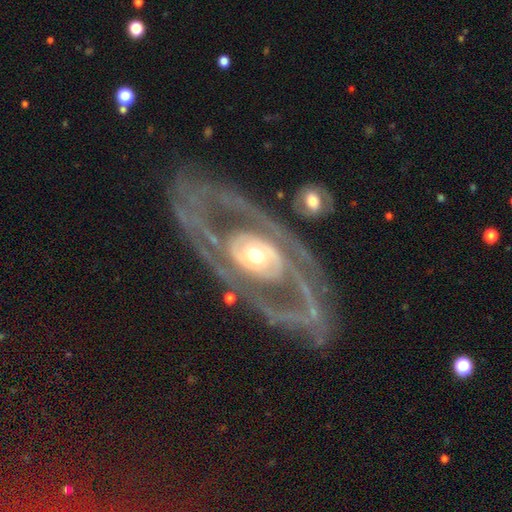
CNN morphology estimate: Smooth or featured: featured or disk — 87% (smooth — 9%)
Edge-on disk: no — 94% (yes — 6%)
Bar: no — 73% (weak — 17%)
Spiral arms: yes — 76% (no — 24%)
Spiral winding: tight — 49% (medium — 33%)
Spiral arm count: 2 — 56% (can't tell — 18%)
Bulge size: moderate — 66% (large — 18%)
Merging: none — 68% (major disturbance — 14%)